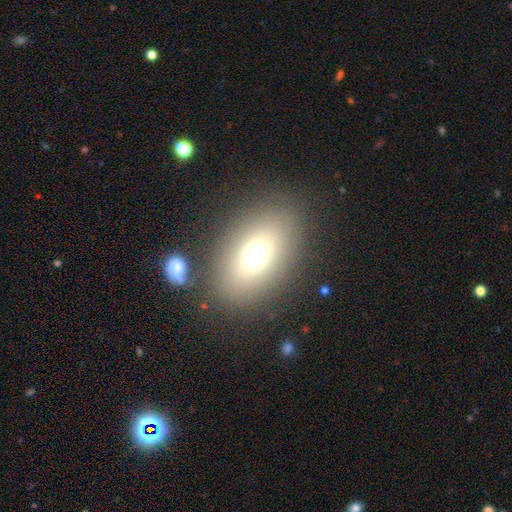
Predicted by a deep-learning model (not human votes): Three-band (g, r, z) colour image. It shows a smooth galaxy with no disk features (69%) that is in between round and cigar-shaped (75%). Merging: none (80%).